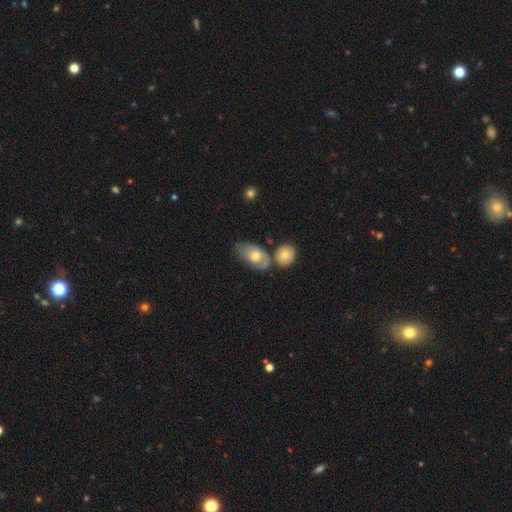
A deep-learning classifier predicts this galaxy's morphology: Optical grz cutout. It shows a smooth galaxy with no disk features (63%) that is in between round and cigar-shaped (88%). Merging: none (42%).